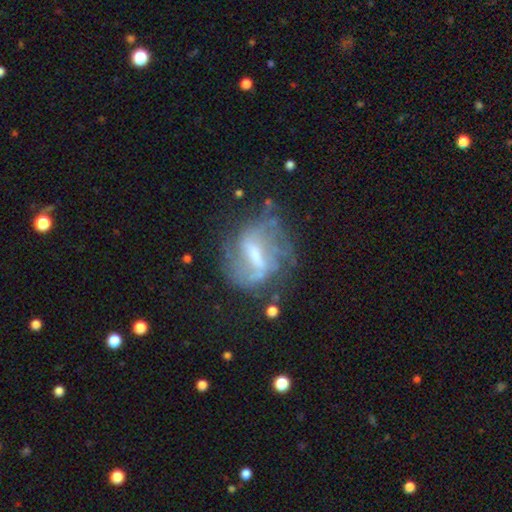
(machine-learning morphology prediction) smooth_or_featured: featured or disk (p=0.75) [alt: smooth p=0.16]
disk_edge_on: no (p=0.94) [alt: yes p=0.06]
bar: strong (p=0.50) [alt: weak p=0.39]
has_spiral_arms: yes (p=0.77) [alt: no p=0.23]
spiral_winding: medium (p=0.39) [alt: loose p=0.35]
spiral_arm_count: 2 (p=0.54) [alt: can't tell p=0.28]
bulge_size: moderate (p=0.41) [alt: small p=0.33]
merging: none (p=0.56) [alt: minor disturbance p=0.22]